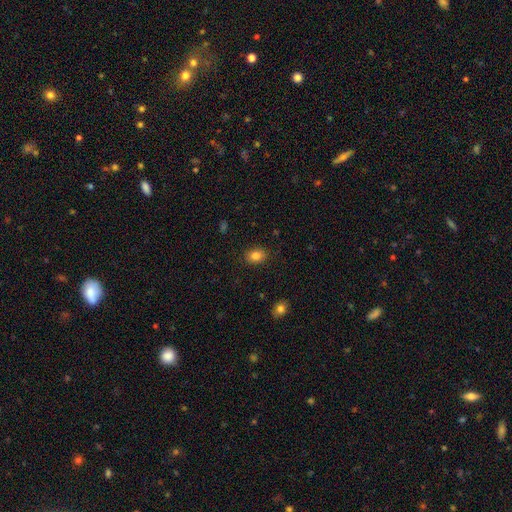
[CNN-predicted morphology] Overall: smooth (84%). How rounded: in between (70%). Merging: none (87%).